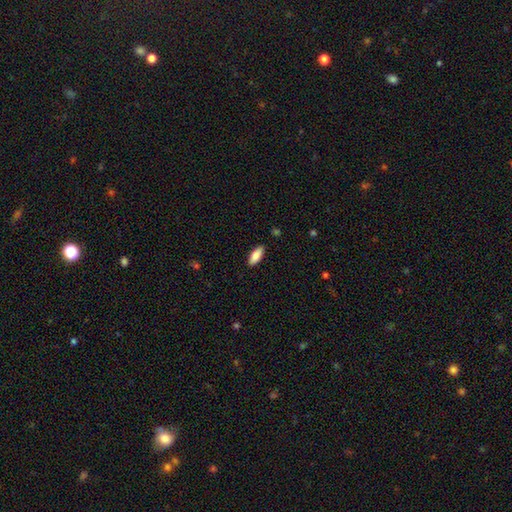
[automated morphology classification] Q: Smooth or featured?
A: smooth (84%); runner-up: featured or disk (9%)
Q: How rounded?
A: in between (77%); runner-up: cigar-shaped (21%)
Q: Merging?
A: none (88%); runner-up: minor disturbance (9%)